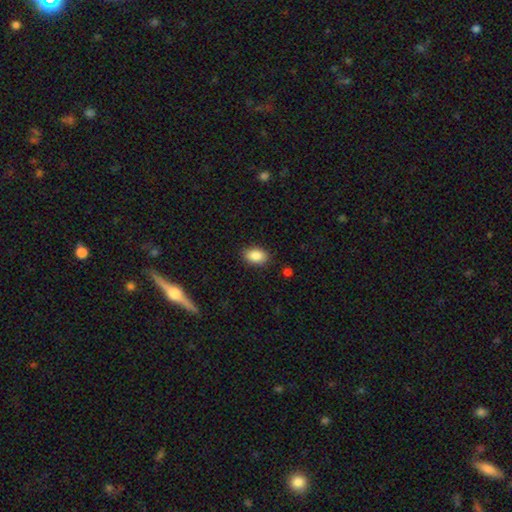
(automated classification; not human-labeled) Smooth or featured? Predicted: smooth (p=0.86). How rounded? Predicted: in between (p=0.85). Merging? Predicted: none (p=0.87).